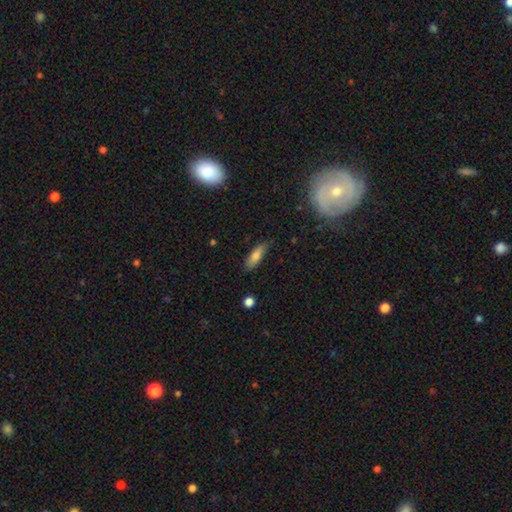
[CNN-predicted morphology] smooth 76%, featured or disk 17%, star or artifact 7%. Down the decision tree: how rounded — in between (55%); merging — none (80%).